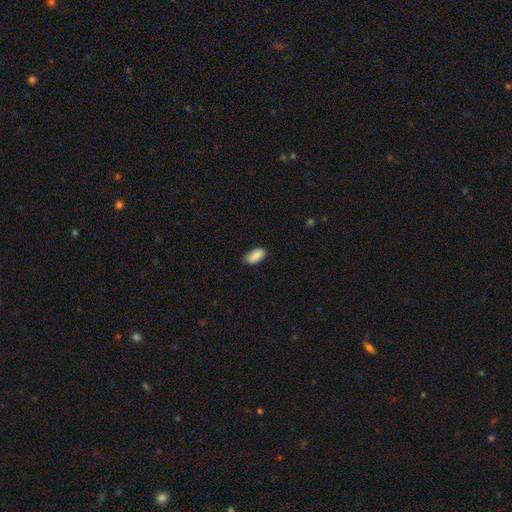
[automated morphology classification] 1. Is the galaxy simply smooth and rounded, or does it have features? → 88% smooth, 7% star or artifact, 5% featured or disk.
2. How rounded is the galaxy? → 93% in between, 5% cigar-shaped, 2% round.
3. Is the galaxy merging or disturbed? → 80% none, 16% minor disturbance, 3% major disturbance, 1% merger.